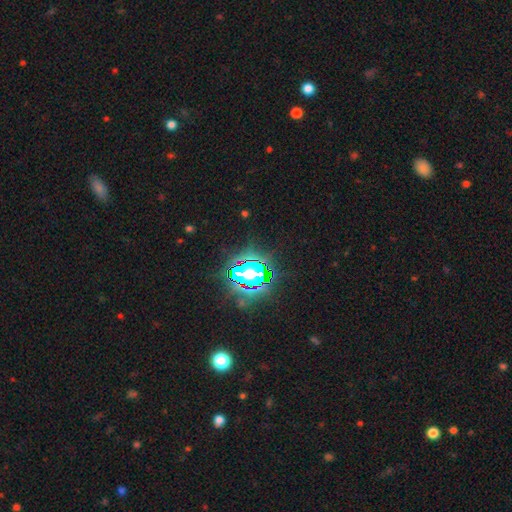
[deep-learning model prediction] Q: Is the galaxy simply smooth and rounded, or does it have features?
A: star or artifact — 84%.